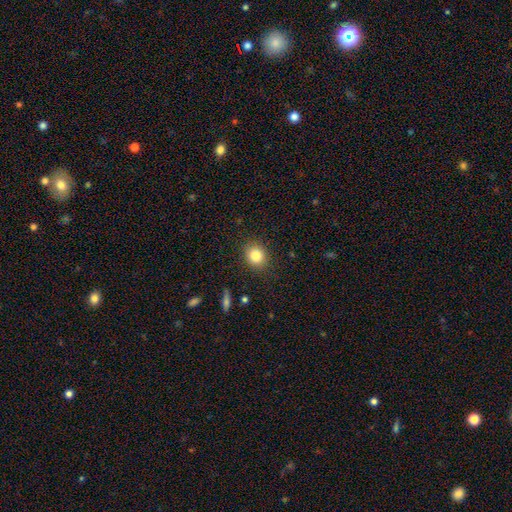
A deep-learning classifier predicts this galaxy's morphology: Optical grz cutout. It shows a smooth galaxy with no disk features (83%) that is round (66%). Merging: none (87%).